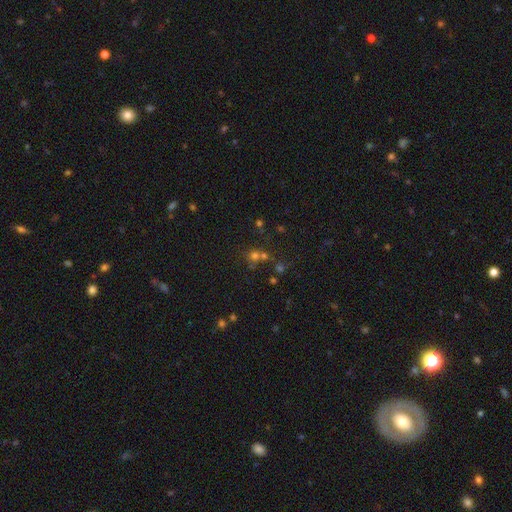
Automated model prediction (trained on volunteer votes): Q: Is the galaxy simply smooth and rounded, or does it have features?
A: smooth — 45%.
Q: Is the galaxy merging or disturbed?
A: none — 57%.